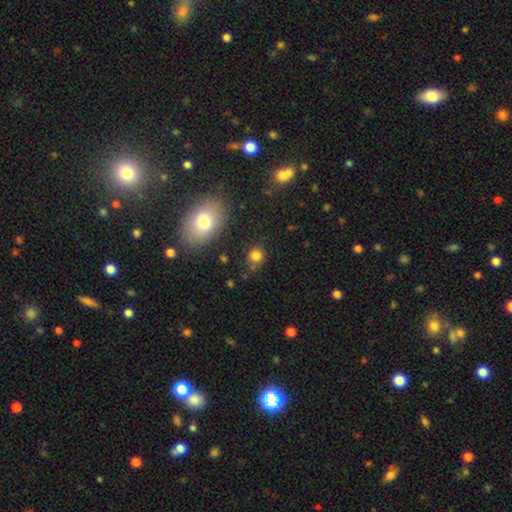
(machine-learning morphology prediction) This appears to be a smooth galaxy with no disk features (82%) that is round (82%). Merging: none (78%).